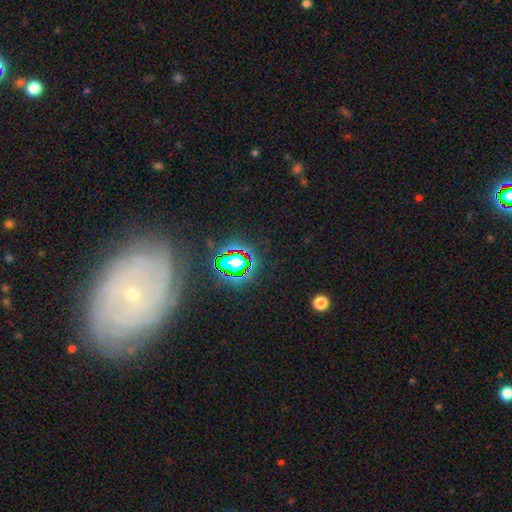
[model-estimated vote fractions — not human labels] This is possibly a featured or disk galaxy (55%). It is clearly not viewed edge-on (92%). Bar: likely no (75%). Spiral arm pattern: clearly yes (86%). Central bulge: clearly small (84%). Merging: clearly none (83%).